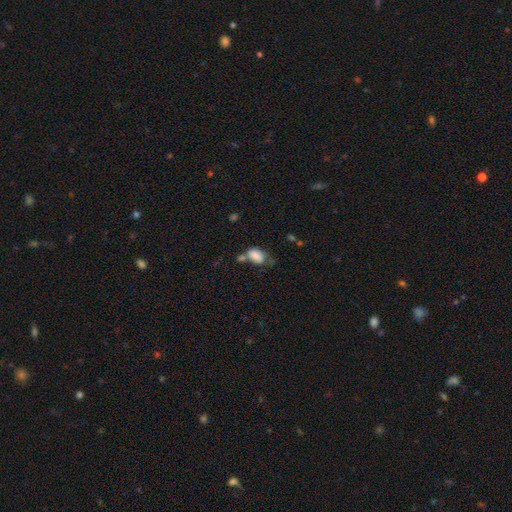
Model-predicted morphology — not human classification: Overall: smooth (82%). How rounded: in between (85%). Merging: none (34%; merger 28%).